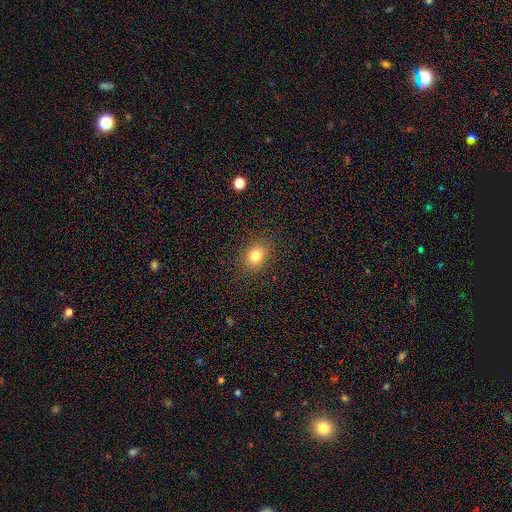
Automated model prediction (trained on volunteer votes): This appears to be a smooth galaxy with no disk features (80%) that is in between round and cigar-shaped (53%). Merging: none (88%).